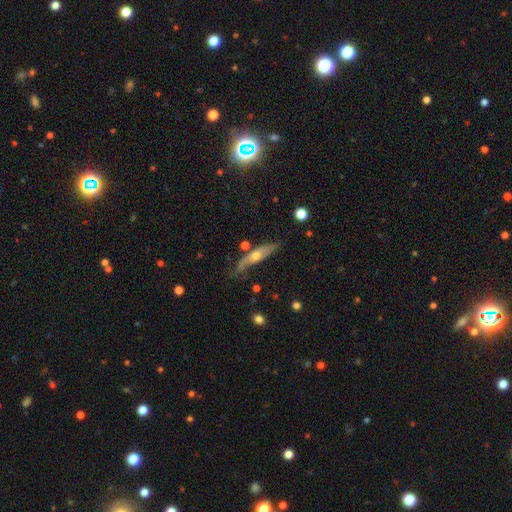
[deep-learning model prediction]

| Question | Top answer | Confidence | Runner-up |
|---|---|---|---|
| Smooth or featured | featured or disk | 57% | smooth (36%) |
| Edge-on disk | yes | 76% | no (24%) |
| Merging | none | 64% | minor disturbance (25%) |